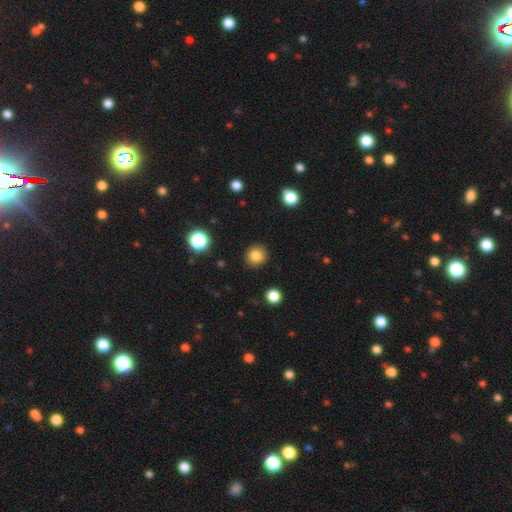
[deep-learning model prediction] This is clearly a smooth galaxy (83%). How rounded: clearly round (90%). Merging: clearly none (89%).